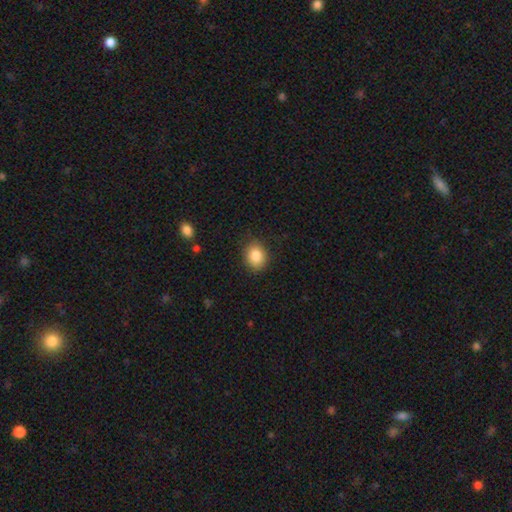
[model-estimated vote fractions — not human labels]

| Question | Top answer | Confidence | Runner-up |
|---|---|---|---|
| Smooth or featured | smooth | 86% | star or artifact (9%) |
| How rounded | round | 50% | in between (49%) |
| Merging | none | 85% | minor disturbance (11%) |